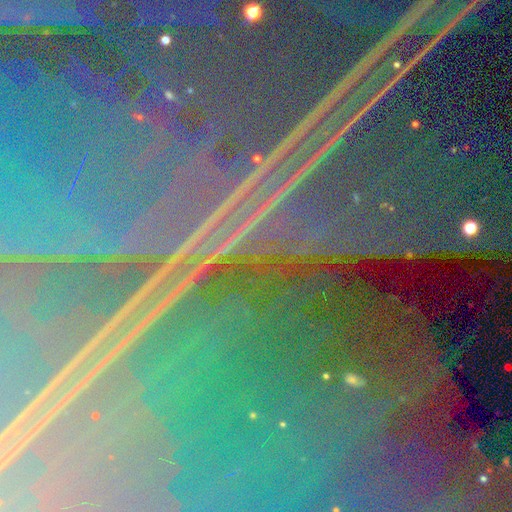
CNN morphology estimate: Smooth or featured: star or artifact — 91% (featured or disk — 5%)